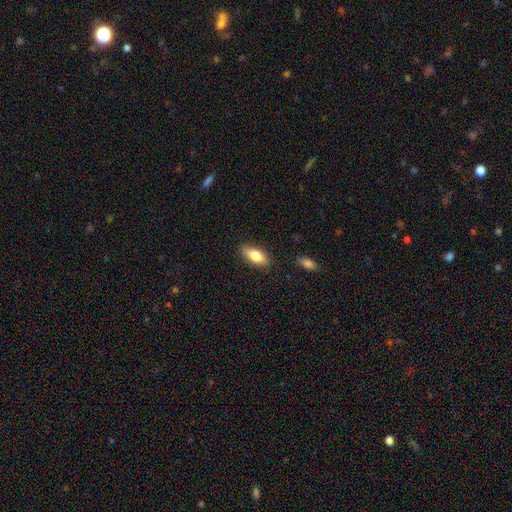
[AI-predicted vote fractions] smooth 77%, featured or disk 16%, star or artifact 7%. Down the decision tree: how rounded — in between (81%); merging — none (84%).